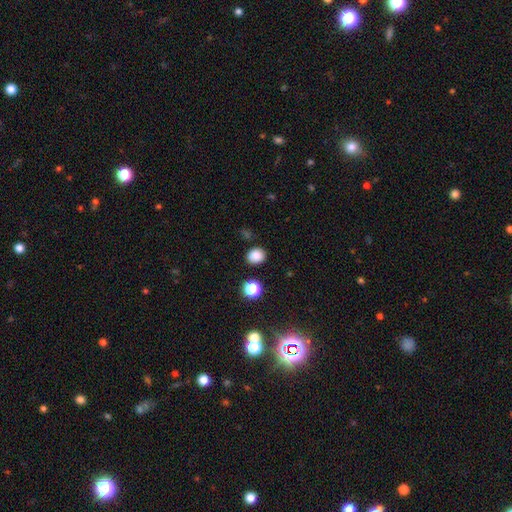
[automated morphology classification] This is clearly a smooth galaxy (84%). How rounded: likely round (63%). Merging: clearly none (86%).